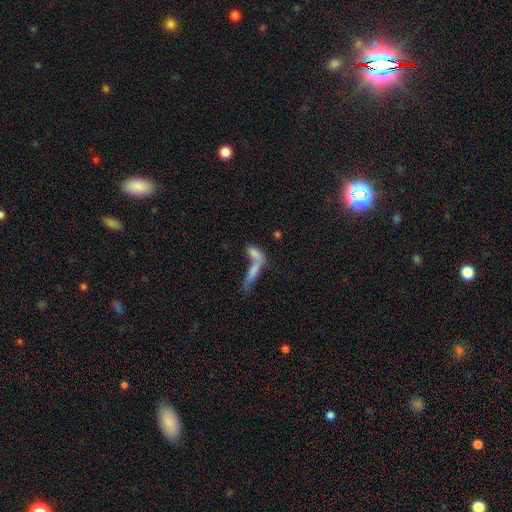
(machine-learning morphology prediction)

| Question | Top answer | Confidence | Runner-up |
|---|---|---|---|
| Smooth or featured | smooth | 67% | featured or disk (23%) |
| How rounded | cigar-shaped | 54% | in between (41%) |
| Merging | merger | 62% | none (23%) |